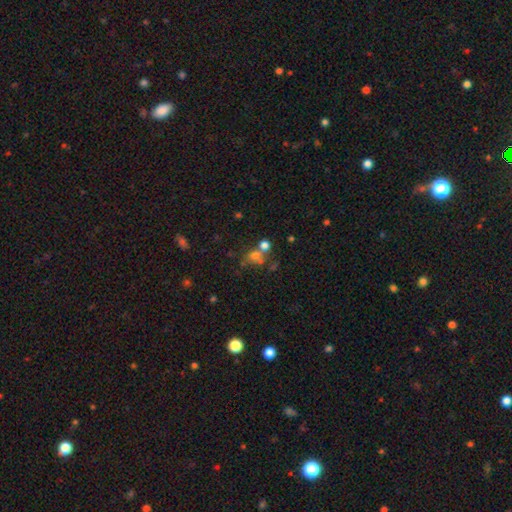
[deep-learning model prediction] Smooth or featured: smooth — 63% (star or artifact — 22%)
How rounded: round — 77% (in between — 21%)
Merging: none — 45% (merger — 40%)